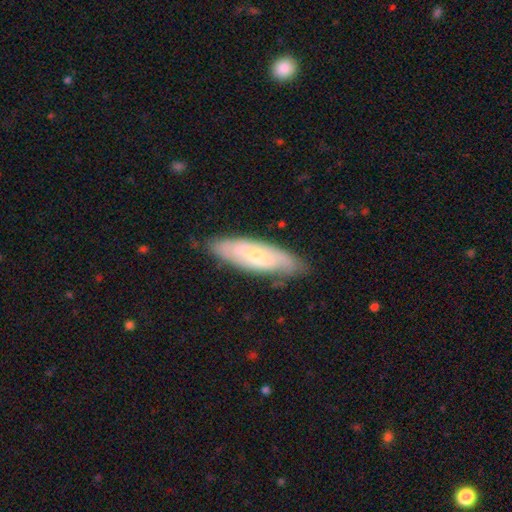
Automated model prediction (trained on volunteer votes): Smooth or featured?
  - featured or disk: 53% *
  - smooth: 41%
  - star or artifact: 6%
Edge-on disk?
  - no: 73% *
  - yes: 27%
Merging?
  - none: 76% *
  - minor disturbance: 19%
  - major disturbance: 4%
  - merger: 2%